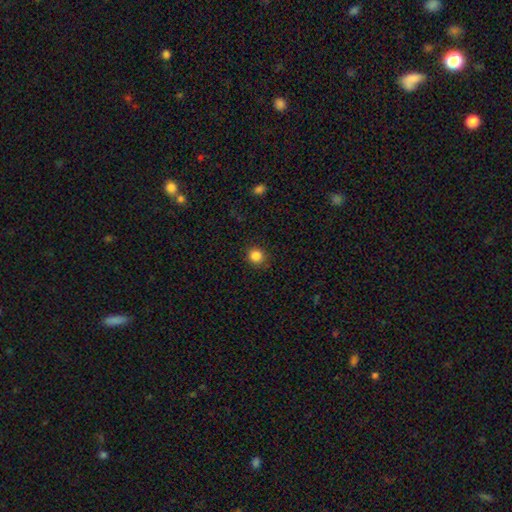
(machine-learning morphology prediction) A smooth galaxy with no disk features (85%) that is round (91%). Merging: none (89%).